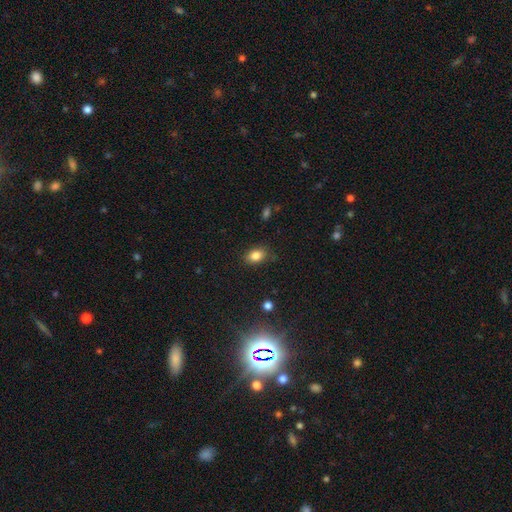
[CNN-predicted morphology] smooth-or-featured: smooth: 83% | star or artifact: 10% | featured or disk: 7%
  how-rounded: in between: 80% | round: 19% | cigar-shaped: 2%
  merging: none: 82% | minor disturbance: 14% | major disturbance: 3% | merger: 2%